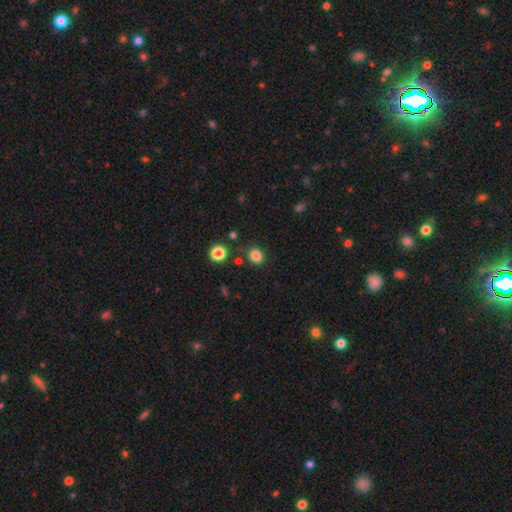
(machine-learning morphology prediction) Smooth or featured: smooth — 83% (star or artifact — 13%)
How rounded: round — 76% (in between — 23%)
Merging: none — 81% (minor disturbance — 11%)